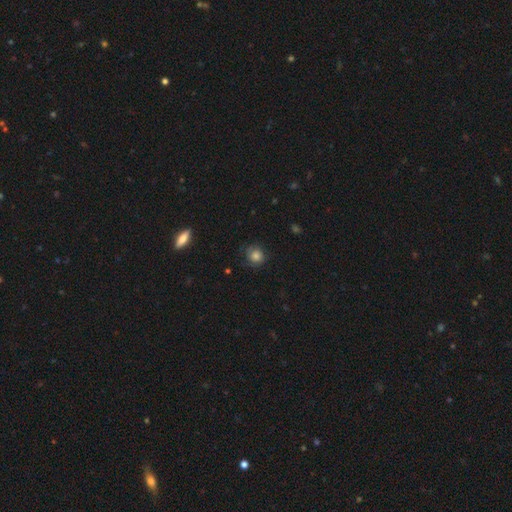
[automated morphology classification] A smooth galaxy with no disk features (75%) that is round (85%). Merging: none (69%).